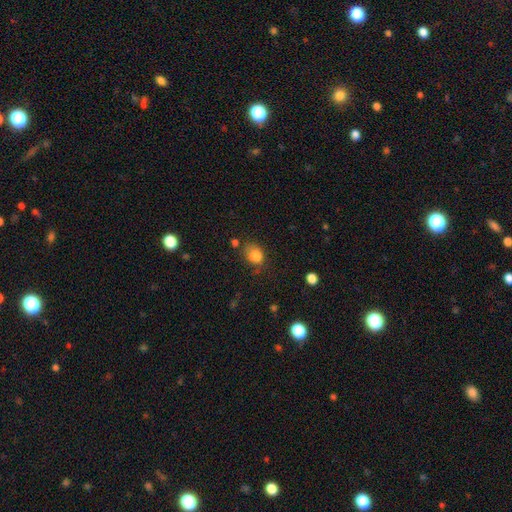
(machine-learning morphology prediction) Smooth or featured? smooth (83%)
How rounded? in between (53%)
Merging? none (58%)